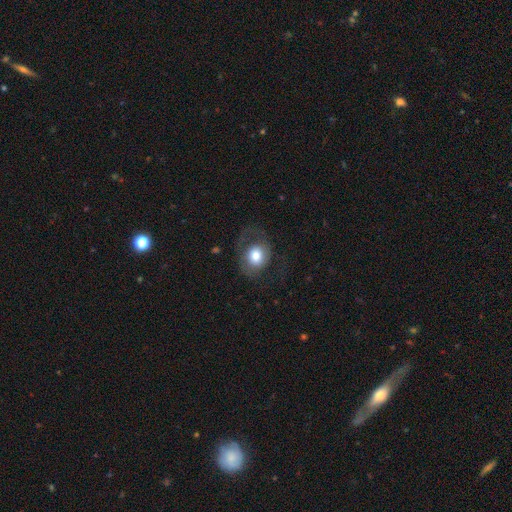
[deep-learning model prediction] smooth 67%, featured or disk 25%, star or artifact 8%. Down the decision tree: how rounded — round (57%); merging — none (52%).